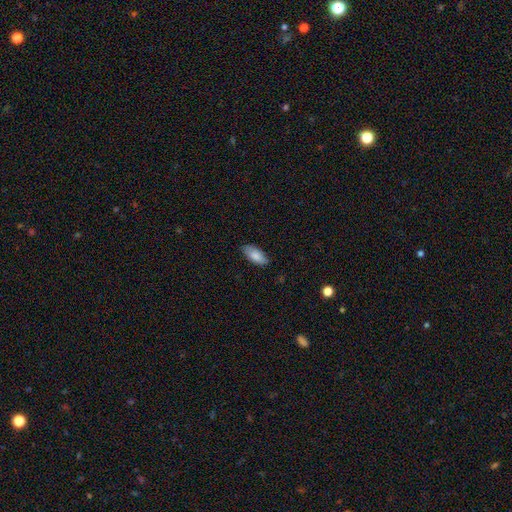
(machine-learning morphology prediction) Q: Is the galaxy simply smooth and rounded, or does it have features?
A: smooth — 82%.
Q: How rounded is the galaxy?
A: in between — 88%.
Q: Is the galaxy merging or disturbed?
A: none — 80%.